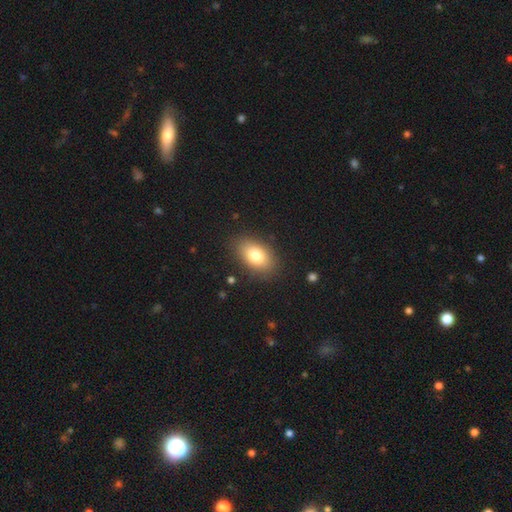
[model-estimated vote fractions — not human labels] Smooth or featured: smooth — 80% (featured or disk — 12%)
How rounded: in between — 89% (round — 9%)
Merging: none — 85% (minor disturbance — 10%)